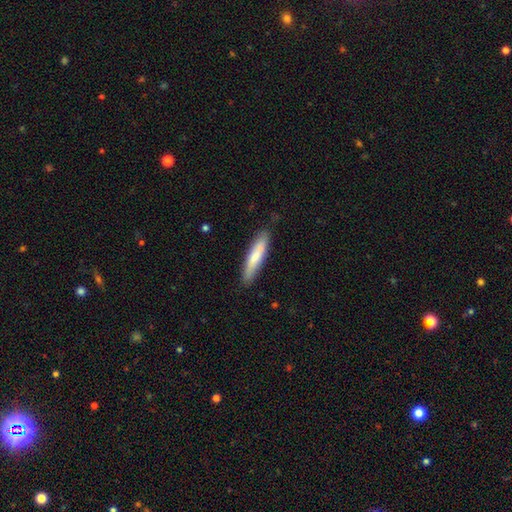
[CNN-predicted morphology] Q: Smooth or featured?
A: smooth (70%); runner-up: featured or disk (25%)
Q: How rounded?
A: cigar-shaped (83%); runner-up: in between (16%)
Q: Merging?
A: none (80%); runner-up: minor disturbance (14%)